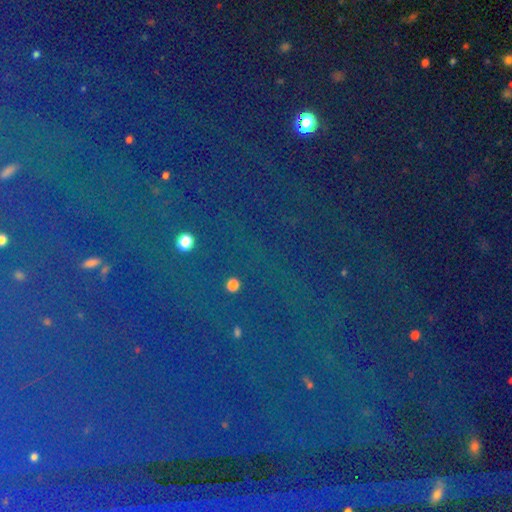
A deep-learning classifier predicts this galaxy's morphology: Smooth or featured?
  - star or artifact: 85% *
  - smooth: 8%
  - featured or disk: 7%